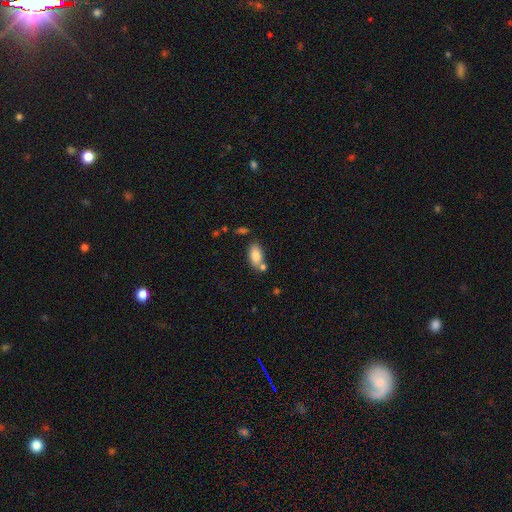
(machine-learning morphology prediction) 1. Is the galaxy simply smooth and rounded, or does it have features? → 80% smooth, 12% featured or disk, 7% star or artifact.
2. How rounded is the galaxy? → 91% in between, 5% cigar-shaped, 4% round.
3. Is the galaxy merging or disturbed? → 64% none, 18% merger, 15% minor disturbance, 4% major disturbance.